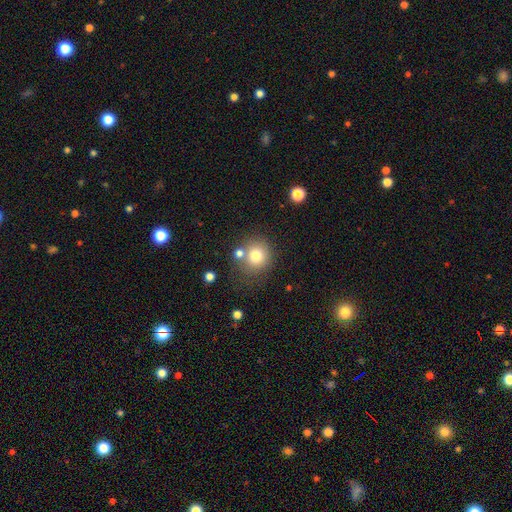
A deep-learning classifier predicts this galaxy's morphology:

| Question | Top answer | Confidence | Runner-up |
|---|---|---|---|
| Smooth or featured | smooth | 77% | star or artifact (12%) |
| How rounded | round | 85% | in between (14%) |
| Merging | none | 66% | merger (16%) |